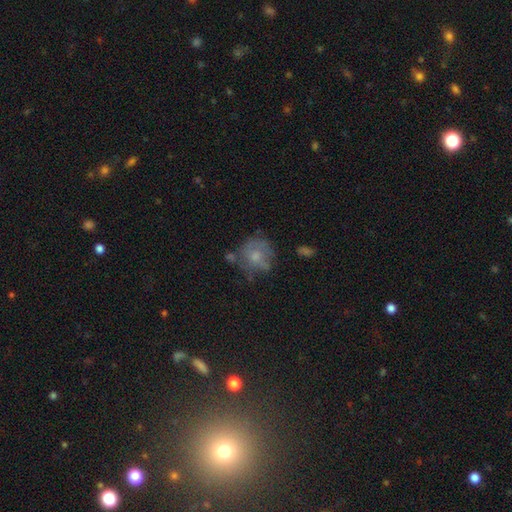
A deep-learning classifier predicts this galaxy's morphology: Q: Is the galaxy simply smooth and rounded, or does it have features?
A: smooth — 53%.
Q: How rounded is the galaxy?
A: round — 77%.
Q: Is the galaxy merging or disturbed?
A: none — 49%.